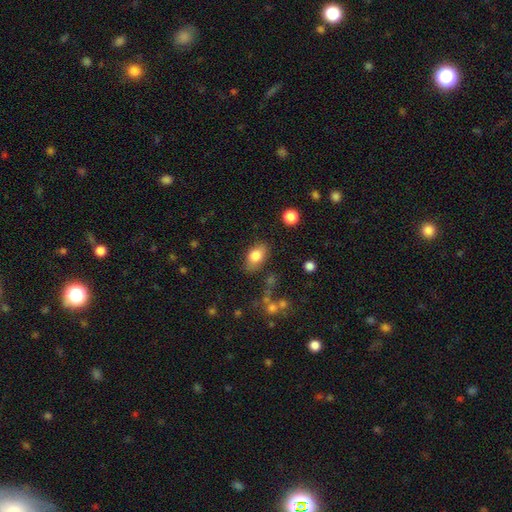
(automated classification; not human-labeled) The model was most divided on "merging": none: 79%, minor disturbance: 14%, major disturbance: 4%, merger: 3%. More confident: how rounded — in between (87%); smooth or featured — smooth (81%).